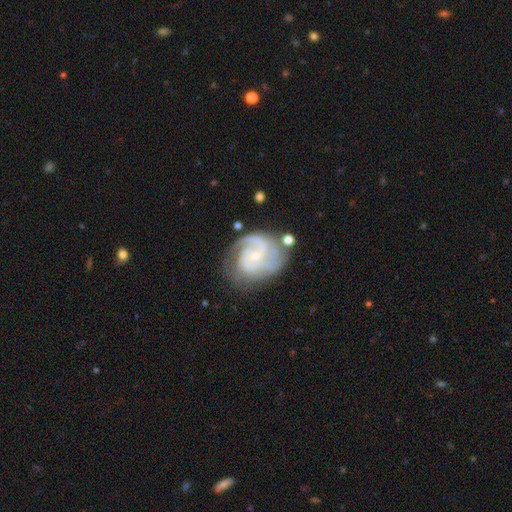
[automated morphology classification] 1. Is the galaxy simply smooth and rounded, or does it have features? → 87% featured or disk, 8% smooth, 5% star or artifact.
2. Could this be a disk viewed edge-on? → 98% no, 2% yes.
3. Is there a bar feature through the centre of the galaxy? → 63% no, 31% weak, 6% strong.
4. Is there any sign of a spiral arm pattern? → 96% yes, 4% no.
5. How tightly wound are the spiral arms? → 47% tight, 41% medium, 11% loose.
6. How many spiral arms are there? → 48% 2, 20% 3, 17% can't tell, 8% 1, 4% 4, 4% more than 4.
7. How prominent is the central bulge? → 76% small, 20% moderate, 2% none, 1% large, 1% dominant.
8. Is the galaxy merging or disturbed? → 61% none, 22% minor disturbance, 12% major disturbance, 5% merger.